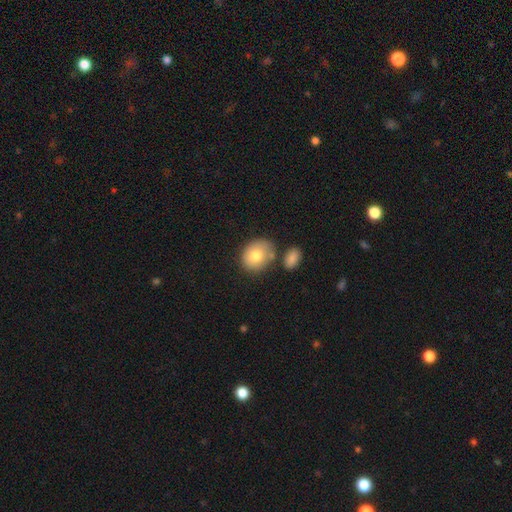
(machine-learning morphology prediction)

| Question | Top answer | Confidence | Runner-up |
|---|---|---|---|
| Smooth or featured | smooth | 78% | featured or disk (14%) |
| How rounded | round | 50% | in between (49%) |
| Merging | none | 65% | minor disturbance (16%) |